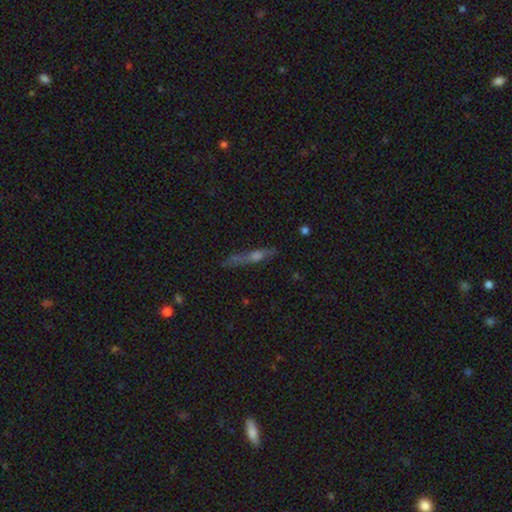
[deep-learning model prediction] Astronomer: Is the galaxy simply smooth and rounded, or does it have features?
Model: featured or disk — 54% (runner-up: smooth, 32%).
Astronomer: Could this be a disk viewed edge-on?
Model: yes — 89%.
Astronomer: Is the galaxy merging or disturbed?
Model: none — 76%.